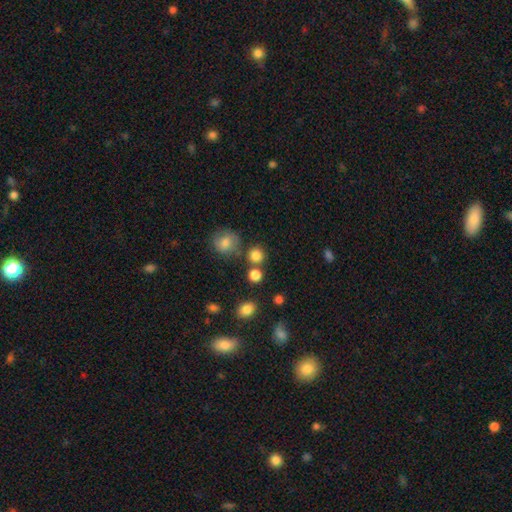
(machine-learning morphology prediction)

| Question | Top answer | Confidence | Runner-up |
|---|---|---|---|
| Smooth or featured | smooth | 82% | star or artifact (13%) |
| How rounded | round | 90% | in between (9%) |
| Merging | none | 73% | merger (15%) |